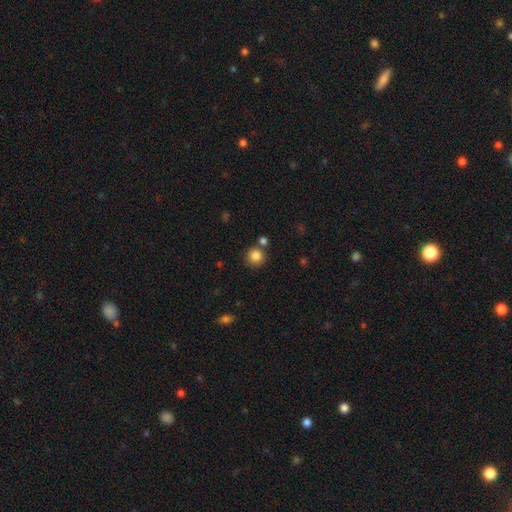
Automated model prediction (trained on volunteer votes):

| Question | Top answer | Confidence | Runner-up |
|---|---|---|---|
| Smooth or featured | smooth | 84% | star or artifact (11%) |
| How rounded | round | 93% | in between (6%) |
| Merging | none | 78% | merger (12%) |